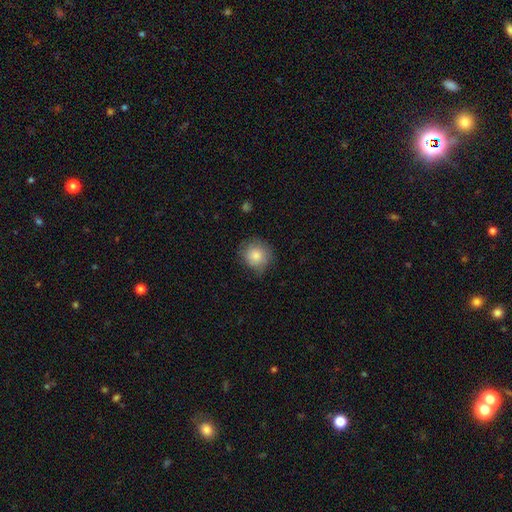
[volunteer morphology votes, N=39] smooth 87%, star or artifact 8%, featured or disk 5%. Down the decision tree: how rounded — round (85%); merging — none (47%).